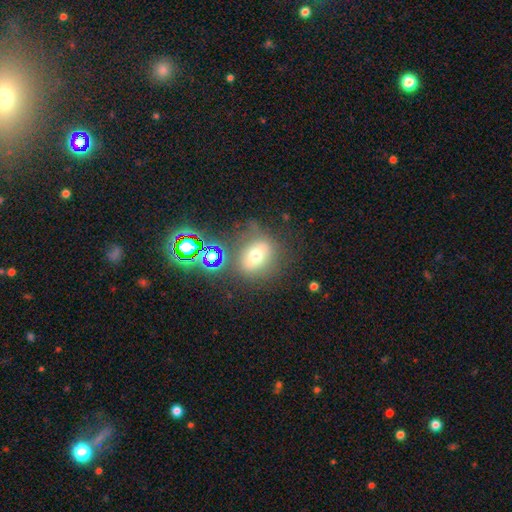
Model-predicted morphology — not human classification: Smooth or featured? smooth (54%)
How rounded? round (58%)
Merging? none (67%)